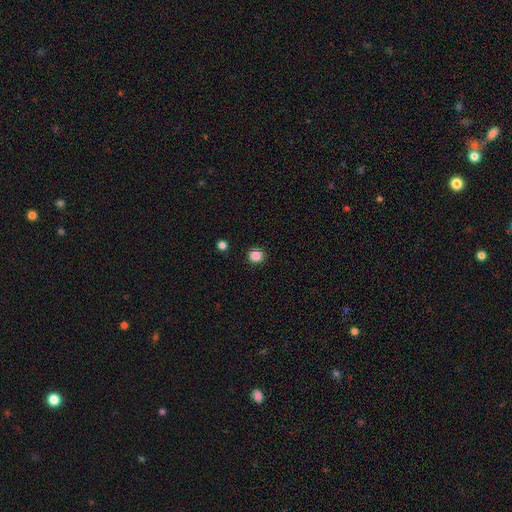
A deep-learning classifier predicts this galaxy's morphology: A smooth galaxy with no disk features (86%) that is round (89%). Merging: none (90%).